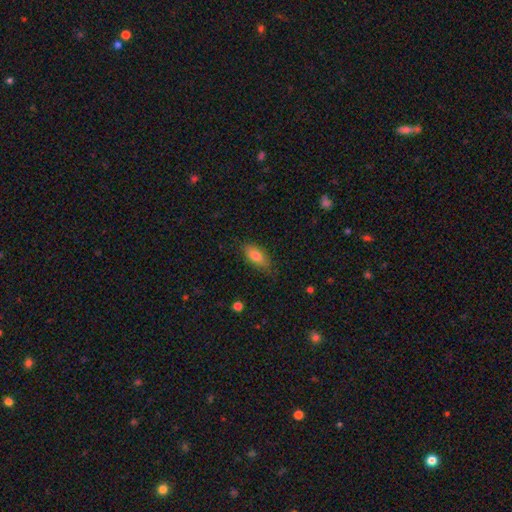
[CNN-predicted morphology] This appears to be a smooth galaxy with no disk features (76%) that is in between round and cigar-shaped (83%). Merging: none (74%).